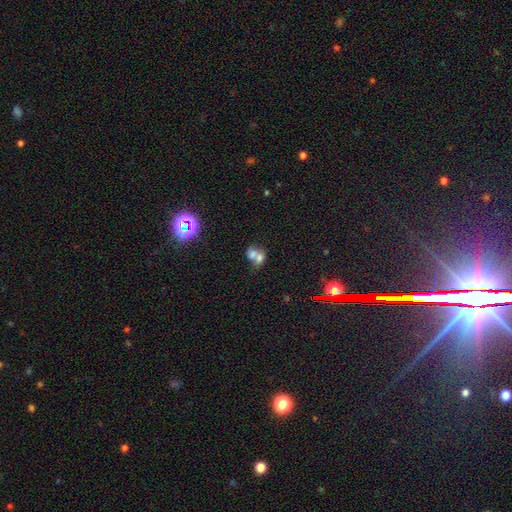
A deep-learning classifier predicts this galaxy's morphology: Overall: smooth (61%; featured or disk 23%). How rounded: in between (52%; round 46%). Merging: merger (74%).